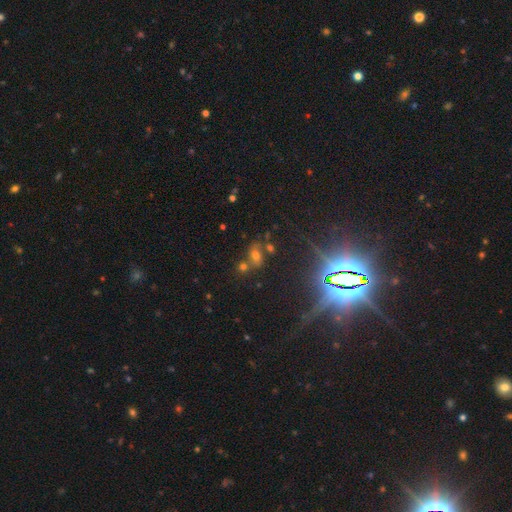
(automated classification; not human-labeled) Overall: smooth (44%; star or artifact 38%). Merging: none (55%; merger 27%).